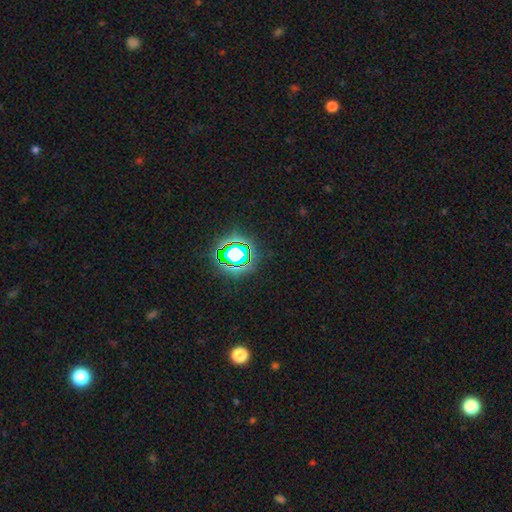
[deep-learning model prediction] smooth-or-featured: star or artifact: 79% | smooth: 14% | featured or disk: 7%